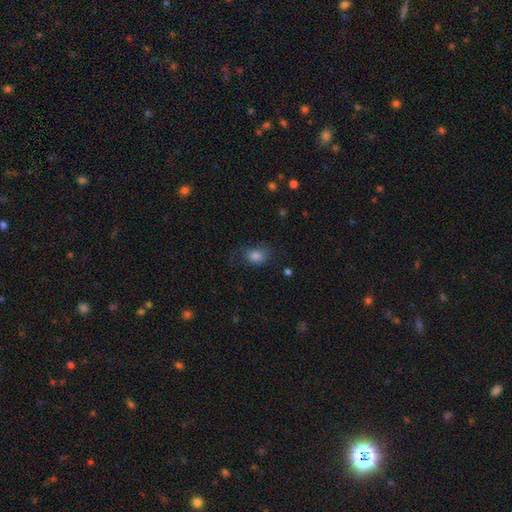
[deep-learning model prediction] A smooth galaxy with no disk features (81%) that is in between round and cigar-shaped (61%).

Vote fractions:
- Smooth or featured? smooth: 81% / star or artifact: 12% / featured or disk: 7%
- How rounded? in between: 61% / round: 37% / cigar-shaped: 1%
- Merging? none: 64% / minor disturbance: 23% / major disturbance: 11% / merger: 2%